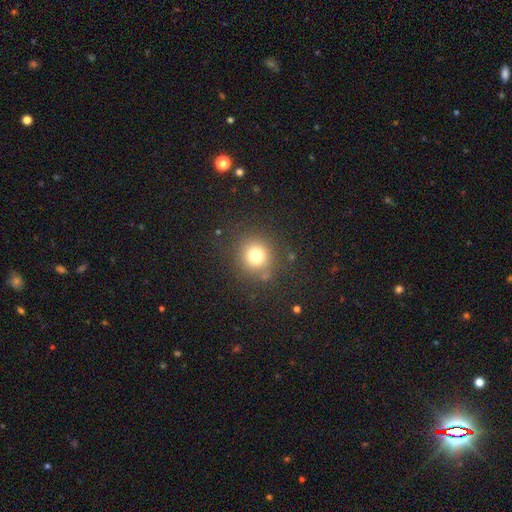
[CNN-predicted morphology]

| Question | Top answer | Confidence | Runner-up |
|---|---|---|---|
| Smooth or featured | smooth | 75% | star or artifact (16%) |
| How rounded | round | 91% | in between (8%) |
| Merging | none | 84% | minor disturbance (9%) |